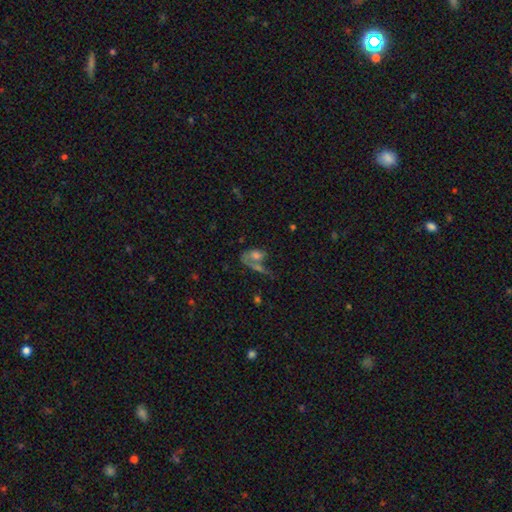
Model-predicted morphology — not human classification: Smooth or featured?
  - smooth: 54% *
  - featured or disk: 31%
  - star or artifact: 15%
How rounded?
  - in between: 77% *
  - round: 14%
  - cigar-shaped: 9%
Merging?
  - merger: 38% *
  - none: 29%
  - major disturbance: 20%
  - minor disturbance: 13%